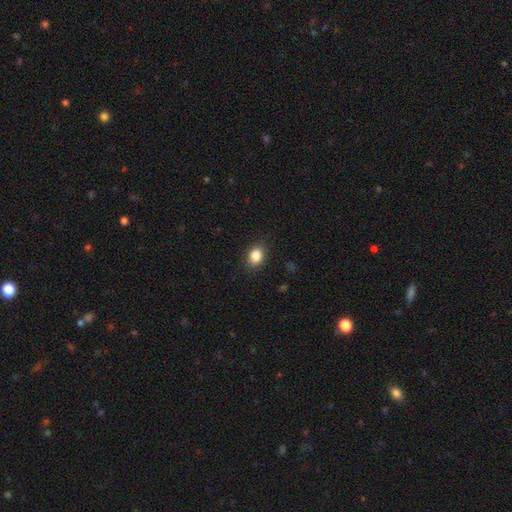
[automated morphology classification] smooth_or_featured: smooth (p=0.85) [alt: star or artifact p=0.10]
how_rounded: in between (p=0.59) [alt: round p=0.40]
merging: none (p=0.86) [alt: minor disturbance p=0.10]